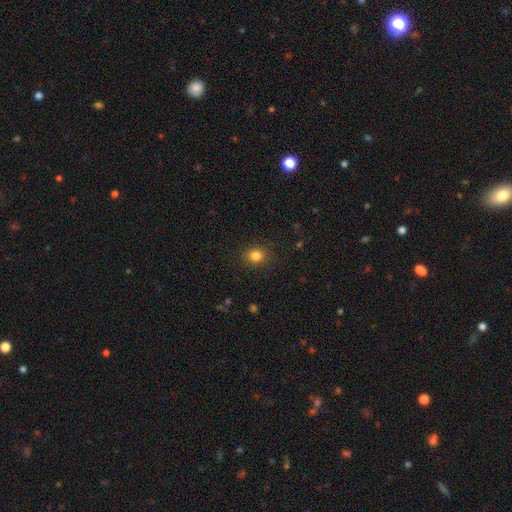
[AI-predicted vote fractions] A smooth galaxy with no disk features (83%) that is round (74%). Merging: none (88%).